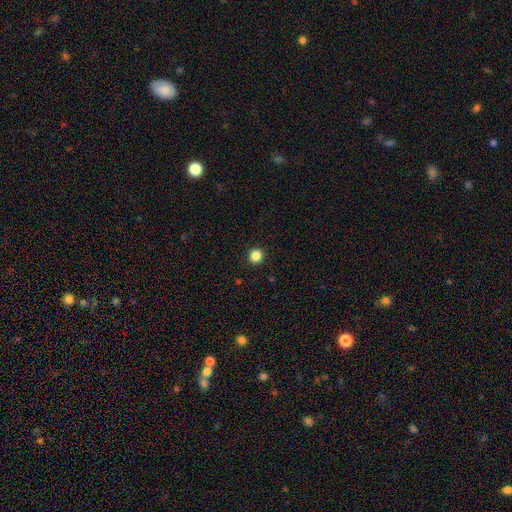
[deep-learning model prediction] The model was most divided on "smooth or featured": smooth: 85%, star or artifact: 11%, featured or disk: 3%. More confident: how rounded — round (93%); merging — none (93%).